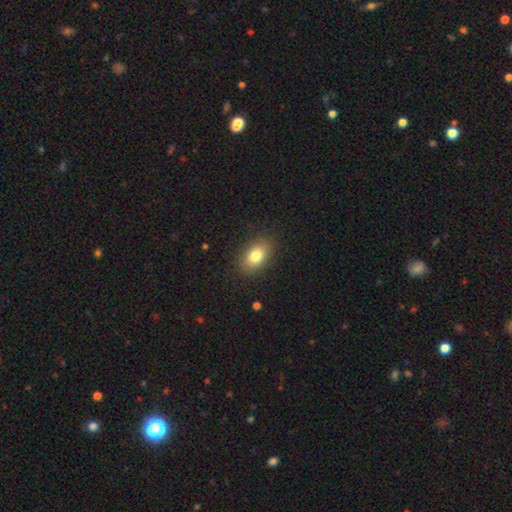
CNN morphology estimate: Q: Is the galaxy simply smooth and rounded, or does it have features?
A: smooth — 81%.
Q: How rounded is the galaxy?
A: in between — 83%.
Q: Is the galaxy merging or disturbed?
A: none — 86%.